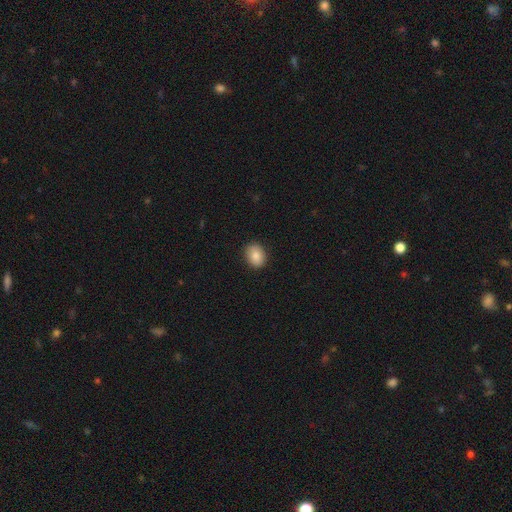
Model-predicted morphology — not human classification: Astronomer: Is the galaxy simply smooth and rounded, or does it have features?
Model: smooth — 87%.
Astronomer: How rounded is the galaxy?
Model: in between — 59% (runner-up: round, 40%).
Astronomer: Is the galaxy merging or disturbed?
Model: none — 89%.